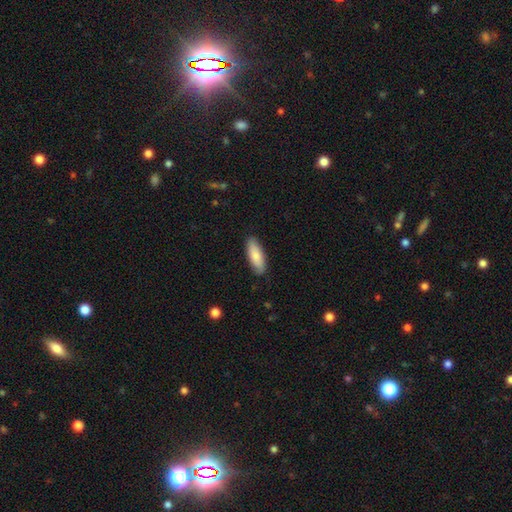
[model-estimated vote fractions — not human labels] This is likely a smooth galaxy (79%). How rounded: likely in between (66%). Merging: clearly none (85%).